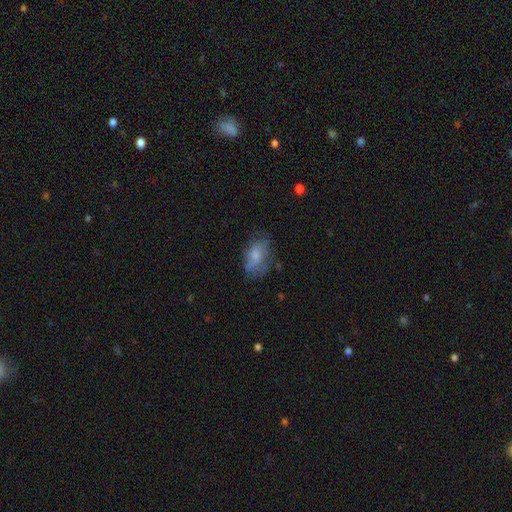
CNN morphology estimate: A smooth galaxy with no disk features (60%) that is in between round and cigar-shaped (87%). Merging: none (51%).